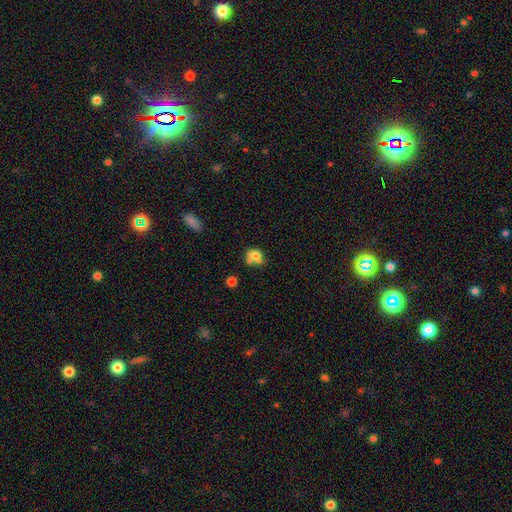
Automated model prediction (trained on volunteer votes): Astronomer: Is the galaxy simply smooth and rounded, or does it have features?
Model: smooth — 71%.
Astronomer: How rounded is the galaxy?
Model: round — 54% (runner-up: in between, 45%).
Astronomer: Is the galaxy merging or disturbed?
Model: none — 35% (runner-up: merger, 25%).